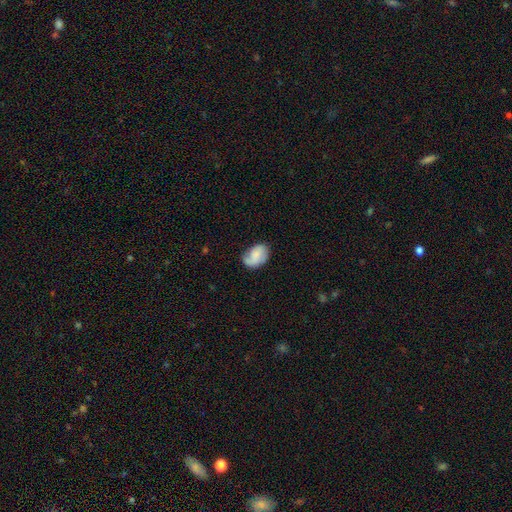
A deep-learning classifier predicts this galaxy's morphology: Smooth or featured: smooth — 61% (featured or disk — 31%)
How rounded: in between — 80% (round — 19%)
Merging: none — 52% (minor disturbance — 32%)